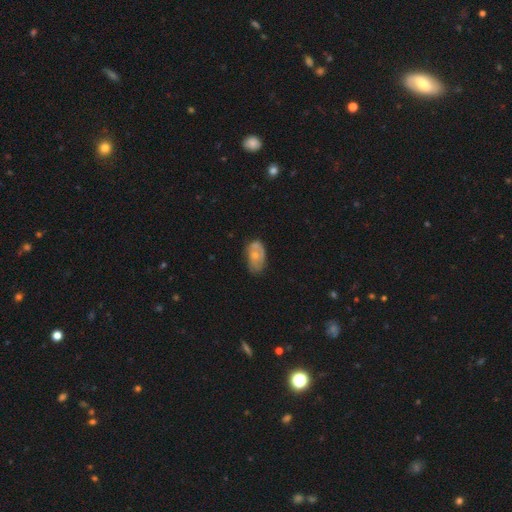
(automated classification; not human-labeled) Smooth or featured?
  - smooth: 51% *
  - featured or disk: 41%
  - star or artifact: 8%
How rounded?
  - in between: 90% *
  - round: 7%
  - cigar-shaped: 3%
Merging?
  - none: 50% *
  - minor disturbance: 32%
  - major disturbance: 11%
  - merger: 7%